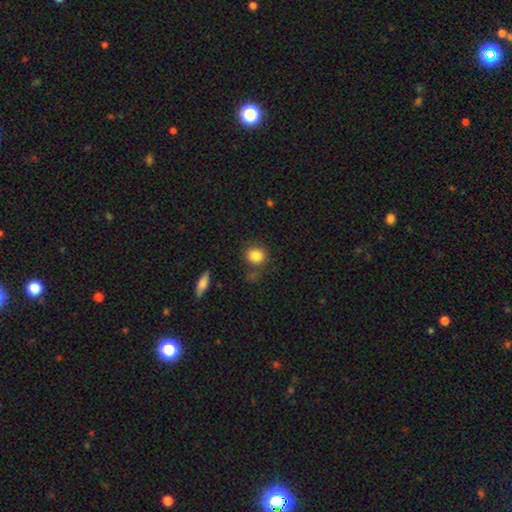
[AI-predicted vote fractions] A smooth galaxy with no disk features (85%) that is round (80%).

Vote fractions:
- Smooth or featured? smooth: 85% / star or artifact: 9% / featured or disk: 6%
- How rounded? round: 80% / in between: 18% / cigar-shaped: 1%
- Merging? none: 77% / minor disturbance: 13% / merger: 5% / major disturbance: 5%